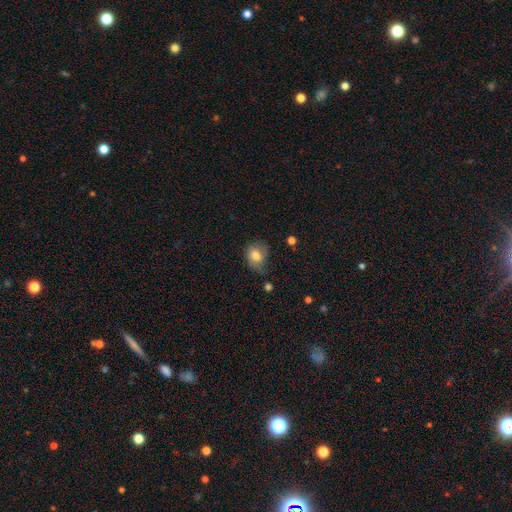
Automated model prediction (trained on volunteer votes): Morphology: type=smooth (74%); roundness=round (57%); merging=none (44%).